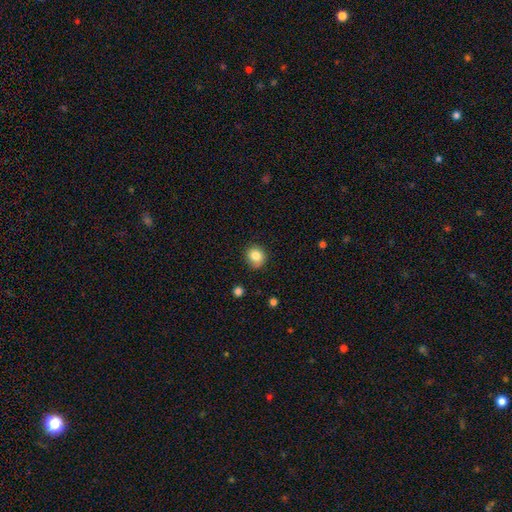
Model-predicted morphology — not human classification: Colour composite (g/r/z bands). It shows a smooth galaxy with no disk features (83%) that is round (84%). Merging: none (78%).